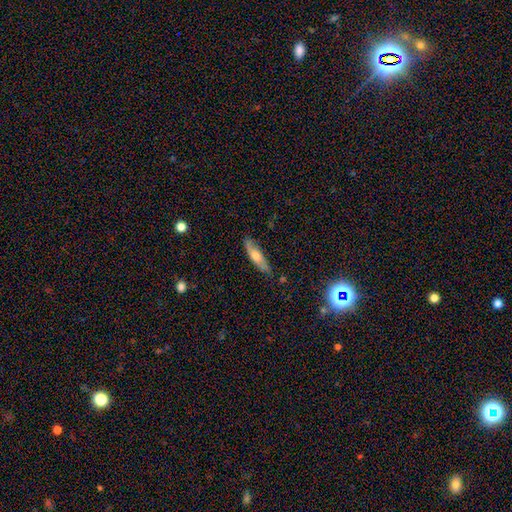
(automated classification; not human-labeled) Q: Smooth or featured?
A: smooth (54%); runner-up: featured or disk (39%)
Q: How rounded?
A: cigar-shaped (66%); runner-up: in between (32%)
Q: Merging?
A: none (81%); runner-up: minor disturbance (15%)